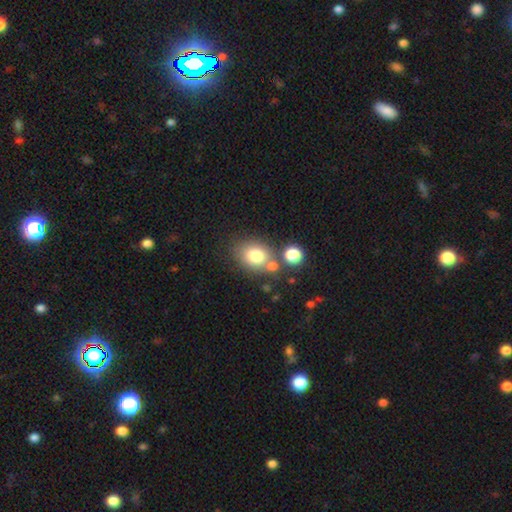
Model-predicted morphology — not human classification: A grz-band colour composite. It shows a smooth galaxy with no disk features (78%) that is in between round and cigar-shaped (51%). Merging: none (60%).